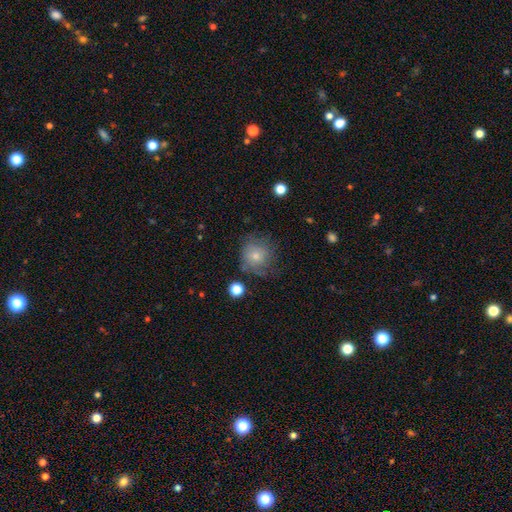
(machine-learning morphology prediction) A smooth galaxy with no disk features (71%) that is round (86%).

Vote fractions:
- Smooth or featured? smooth: 71% / featured or disk: 19% / star or artifact: 10%
- How rounded? round: 86% / in between: 13% / cigar-shaped: 1%
- Merging? none: 59% / minor disturbance: 25% / major disturbance: 13% / merger: 3%